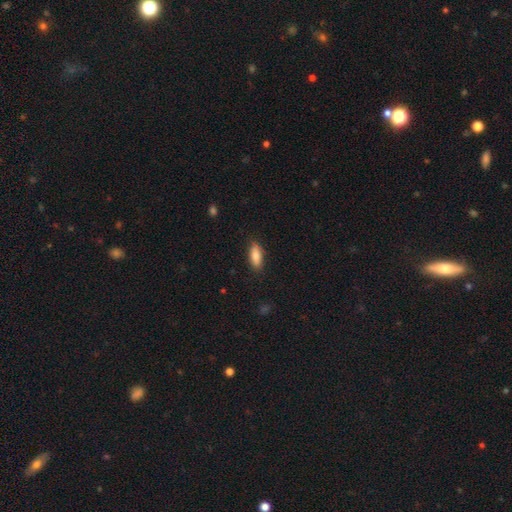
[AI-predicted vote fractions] Morphology: type=smooth (82%); roundness=in between (78%); merging=none (85%).